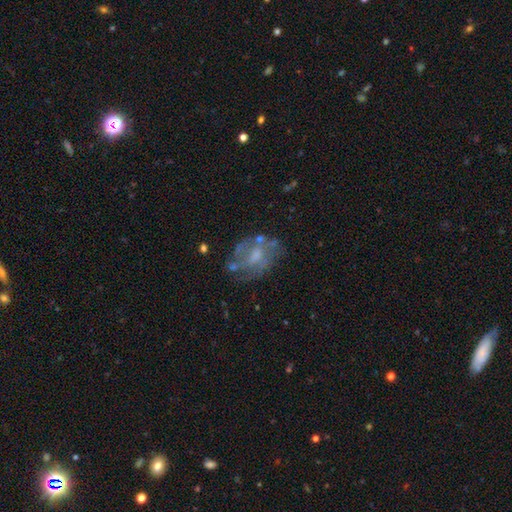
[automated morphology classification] A featured or disk galaxy (65%) with no bar (56%), no spiral arms (51%) and a moderate central bulge (41%). Merging: none (52%).